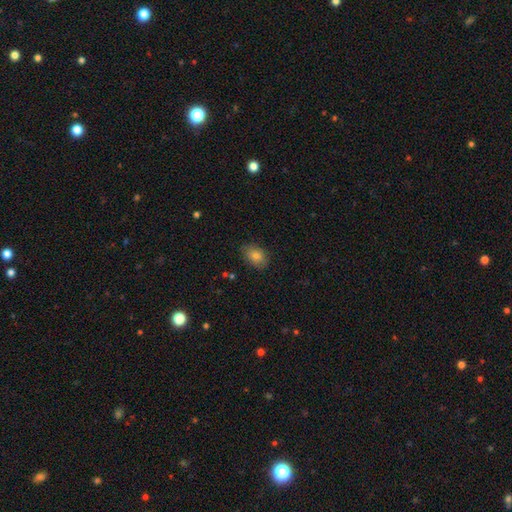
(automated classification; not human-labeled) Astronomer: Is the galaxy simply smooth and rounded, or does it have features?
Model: smooth — 80%.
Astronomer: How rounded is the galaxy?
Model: in between — 71%.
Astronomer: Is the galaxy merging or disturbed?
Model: none — 81%.